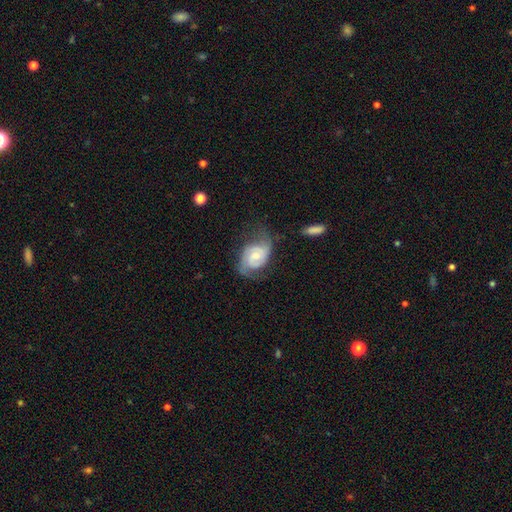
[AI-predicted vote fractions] Smooth or featured: featured or disk — 73% (smooth — 20%)
Edge-on disk: no — 97% (yes — 3%)
Bar: no — 51% (weak — 43%)
Spiral arms: yes — 93% (no — 7%)
Spiral winding: medium — 46% (tight — 33%)
Spiral arm count: 2 — 77% (can't tell — 11%)
Bulge size: small — 44% (moderate — 42%)
Merging: none — 54% (minor disturbance — 26%)